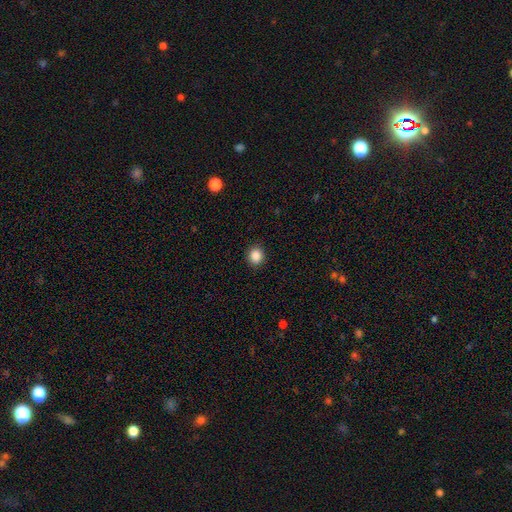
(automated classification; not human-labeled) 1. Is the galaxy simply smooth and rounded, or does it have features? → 87% smooth, 10% star or artifact, 3% featured or disk.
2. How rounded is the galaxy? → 81% round, 18% in between, 1% cigar-shaped.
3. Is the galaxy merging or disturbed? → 91% none, 6% minor disturbance, 2% major disturbance, 1% merger.